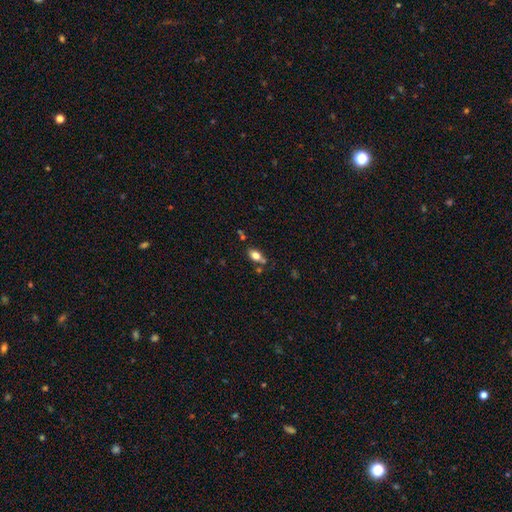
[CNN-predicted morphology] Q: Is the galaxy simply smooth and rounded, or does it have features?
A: smooth — 73%.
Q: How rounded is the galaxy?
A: in between — 85%.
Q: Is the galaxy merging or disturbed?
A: none — 67%.